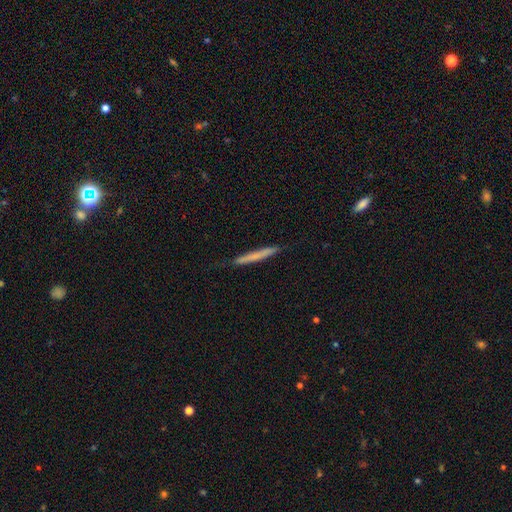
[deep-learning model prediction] Smooth or featured: smooth — 60% (featured or disk — 34%)
How rounded: cigar-shaped — 97% (in between — 2%)
Merging: none — 83% (minor disturbance — 13%)